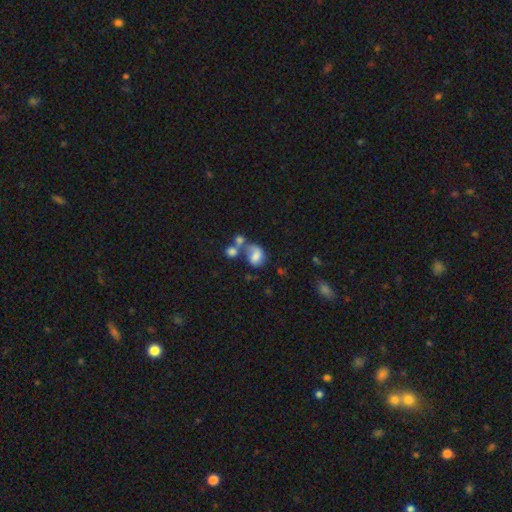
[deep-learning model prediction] smooth 60%, featured or disk 28%, star or artifact 12%. Down the decision tree: how rounded — in between (59%); merging — merger (40%).